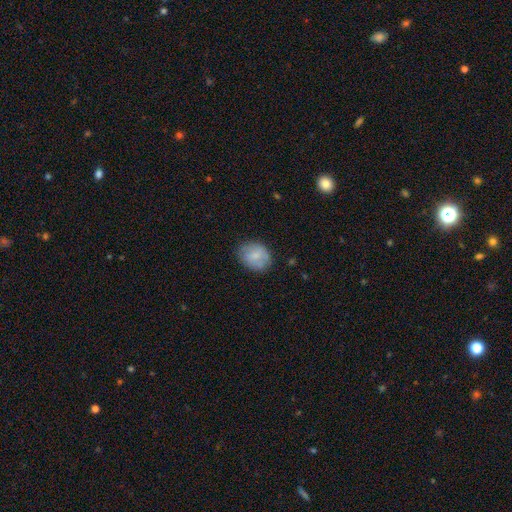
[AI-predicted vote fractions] The model was most divided on "how rounded": round: 58%, in between: 41%, cigar-shaped: 1%. More confident: merging — none (74%); smooth or featured — smooth (71%).